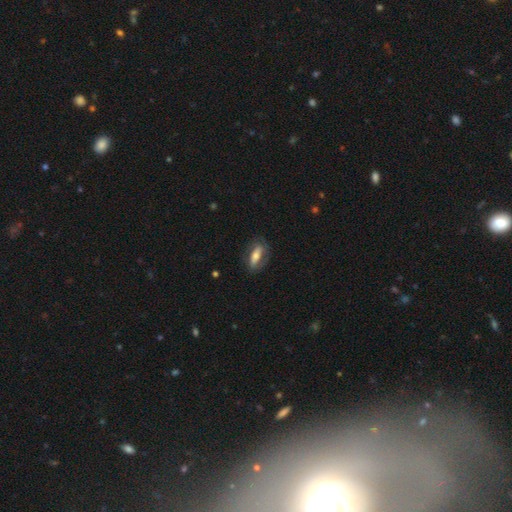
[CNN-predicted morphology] type=smooth (51%); roundness=in between (63%); merging=none (73%).